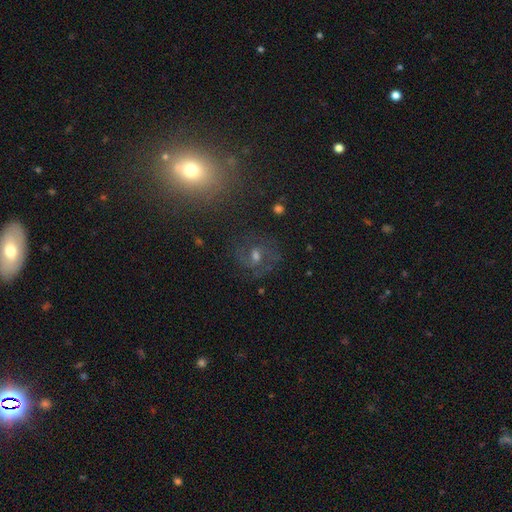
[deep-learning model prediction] A featured or disk galaxy (53%) with no bar (51%), spiral arms (78%) and a moderate central bulge (54%).

Vote fractions:
- Smooth or featured? featured or disk: 53% / star or artifact: 25% / smooth: 22%
- Edge-on disk? no: 96% / yes: 4%
- Bar? no: 51% / weak: 39% / strong: 10%
- Spiral arms? yes: 78% / no: 22%
- Bulge size? moderate: 54% / small: 35% / large: 5% / none: 4% / dominant: 2%
- Merging? none: 76% / minor disturbance: 12% / major disturbance: 9% / merger: 3%